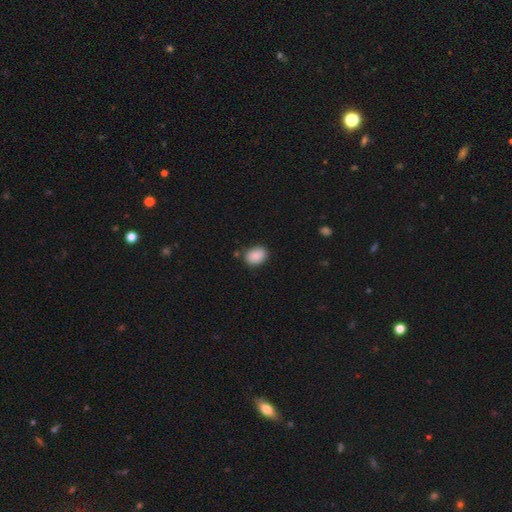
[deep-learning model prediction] Smooth or featured?
  - smooth: 89% *
  - star or artifact: 7%
  - featured or disk: 4%
How rounded?
  - in between: 73% *
  - round: 26%
  - cigar-shaped: 1%
Merging?
  - none: 80% *
  - minor disturbance: 14%
  - merger: 3%
  - major disturbance: 3%